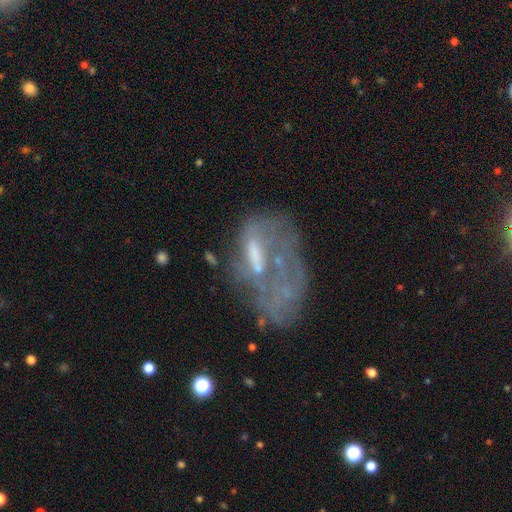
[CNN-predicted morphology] A featured or disk galaxy (60%) with no bar (58%), no spiral arms (74%) and no central bulge (38%).

Vote fractions:
- Smooth or featured? featured or disk: 60% / smooth: 27% / star or artifact: 12%
- Edge-on disk? no: 94% / yes: 6%
- Bar? no: 58% / weak: 27% / strong: 15%
- Spiral arms? no: 74% / yes: 26%
- Bulge size? none: 38% / moderate: 32% / small: 22% / large: 6% / dominant: 2%
- Merging? major disturbance: 41% / none: 25% / merger: 17% / minor disturbance: 16%